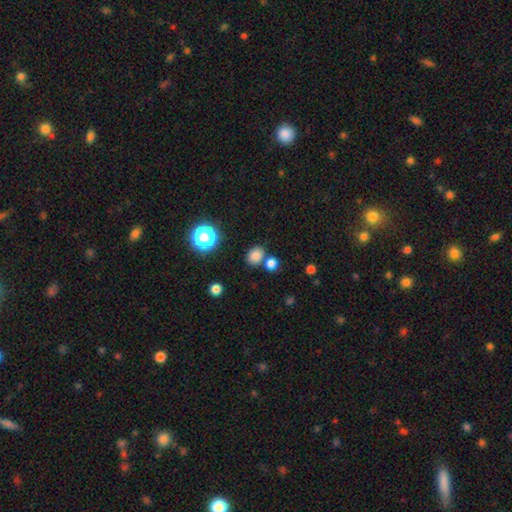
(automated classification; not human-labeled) Q: Smooth or featured?
A: smooth (80%); runner-up: star or artifact (15%)
Q: How rounded?
A: round (51%); runner-up: in between (48%)
Q: Merging?
A: none (70%); runner-up: merger (16%)